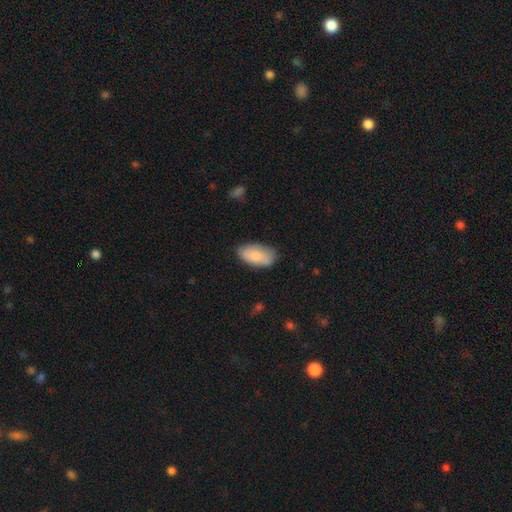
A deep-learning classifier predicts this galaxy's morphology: Smooth or featured?
  - smooth: 79% *
  - featured or disk: 15%
  - star or artifact: 6%
How rounded?
  - in between: 94% *
  - cigar-shaped: 3%
  - round: 3%
Merging?
  - none: 74% *
  - minor disturbance: 21%
  - major disturbance: 4%
  - merger: 2%